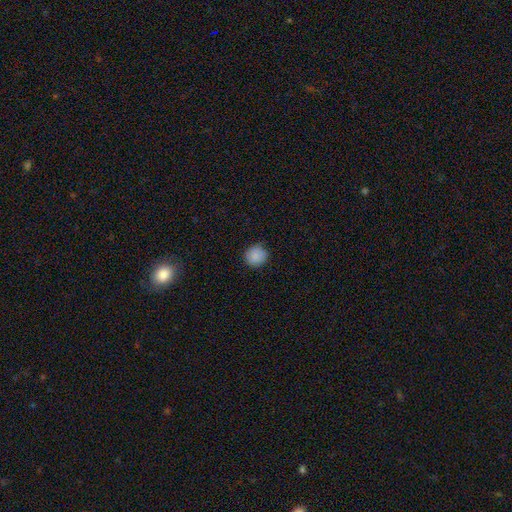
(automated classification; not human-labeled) Overall: smooth (88%). How rounded: round (91%). Merging: none (87%).